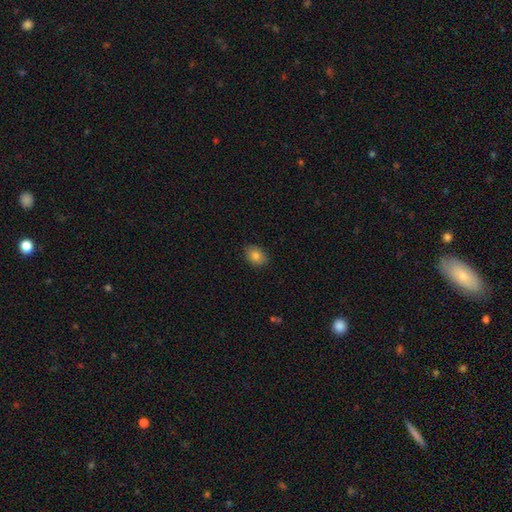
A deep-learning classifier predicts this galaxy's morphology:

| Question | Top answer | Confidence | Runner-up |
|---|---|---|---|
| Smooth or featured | smooth | 81% | featured or disk (10%) |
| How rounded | in between | 73% | round (26%) |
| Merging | none | 87% | minor disturbance (10%) |